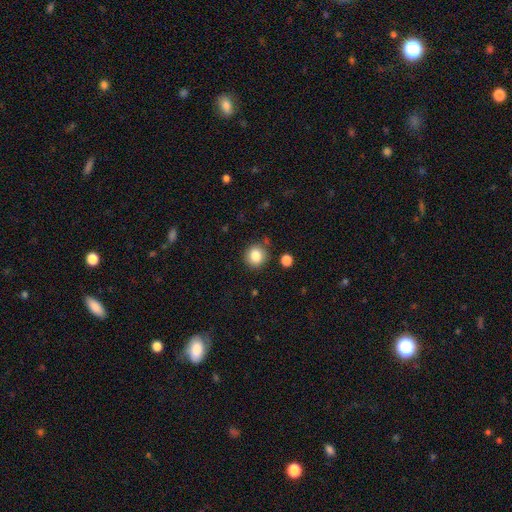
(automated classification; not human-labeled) Overall: smooth (84%). How rounded: round (88%). Merging: none (84%).